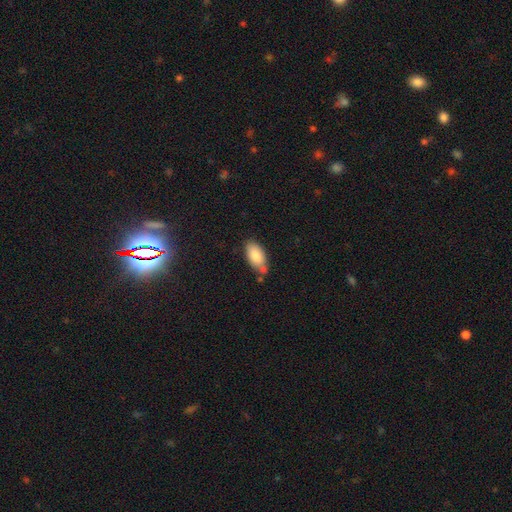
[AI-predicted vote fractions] Overall: smooth (84%). How rounded: in between (93%). Merging: none (61%; minor disturbance 21%).